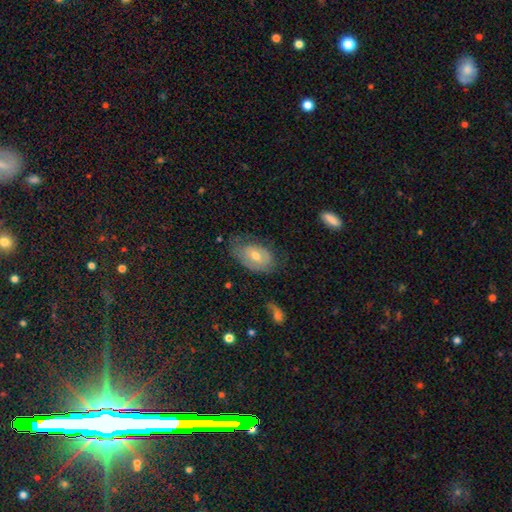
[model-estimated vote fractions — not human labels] Morphology: type=smooth (48%); merging=none (53%).